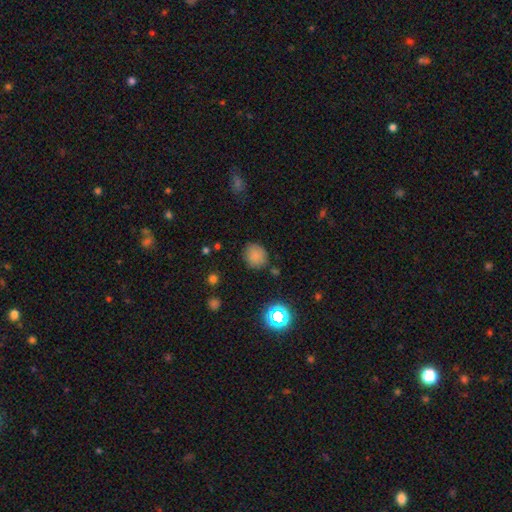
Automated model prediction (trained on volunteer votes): smooth_or_featured: smooth (p=0.80) [alt: star or artifact p=0.15]
how_rounded: round (p=0.82) [alt: in between p=0.17]
merging: none (p=0.82) [alt: minor disturbance p=0.12]